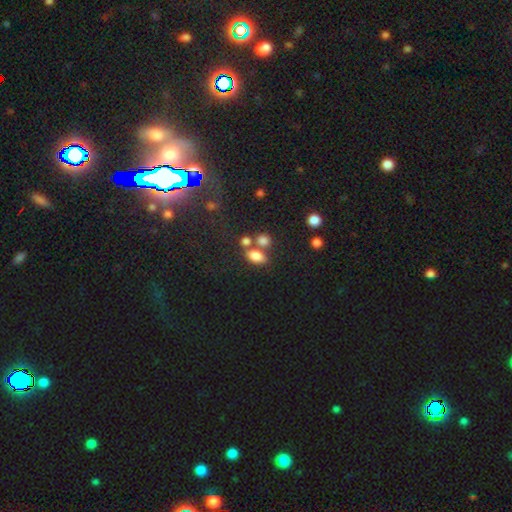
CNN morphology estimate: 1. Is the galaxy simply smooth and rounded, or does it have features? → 78% smooth, 13% star or artifact, 9% featured or disk.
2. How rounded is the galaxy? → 82% in between, 15% round, 3% cigar-shaped.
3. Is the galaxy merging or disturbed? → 49% none, 33% merger, 12% minor disturbance, 6% major disturbance.